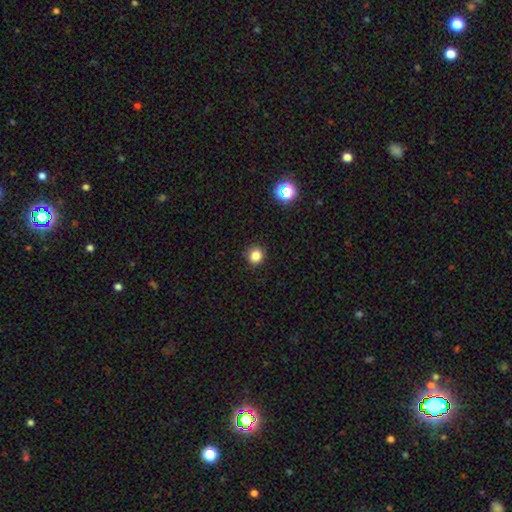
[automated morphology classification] This is clearly a smooth galaxy (83%). How rounded: clearly round (91%). Merging: clearly none (90%).